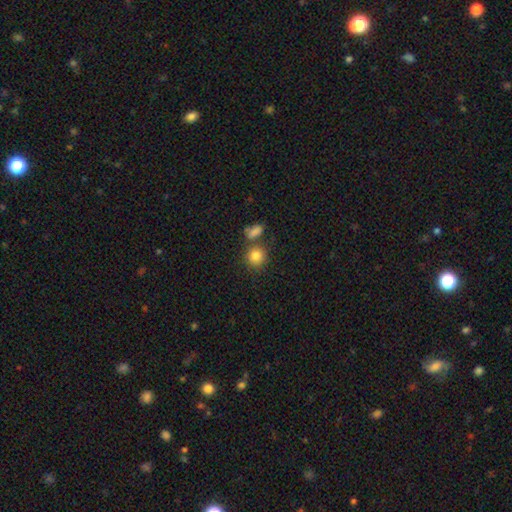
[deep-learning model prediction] smooth_or_featured: smooth (p=0.83) [alt: star or artifact p=0.10]
how_rounded: round (p=0.85) [alt: in between p=0.14]
merging: none (p=0.66) [alt: merger p=0.19]